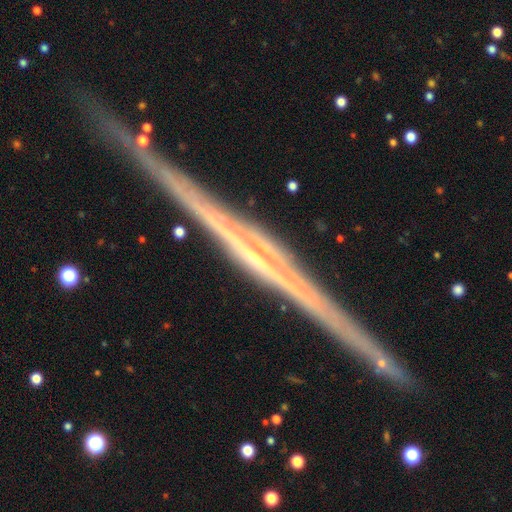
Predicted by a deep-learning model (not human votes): Smooth or featured? Predicted: featured or disk (p=0.85). Edge-on disk? Predicted: yes (p=0.98). Edge-on bulge? Predicted: none (p=0.44). Merging? Predicted: none (p=0.89).